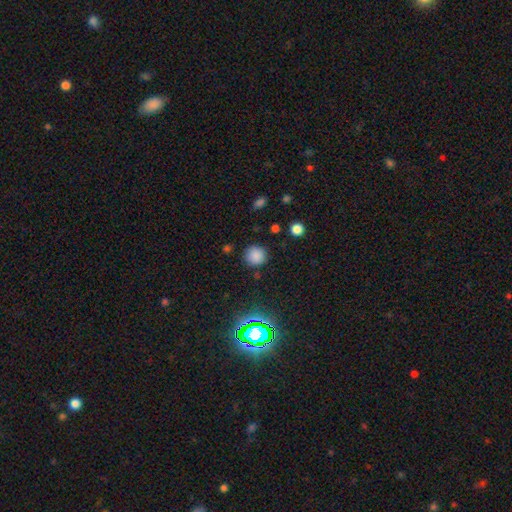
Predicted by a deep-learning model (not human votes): smooth 80%, star or artifact 16%, featured or disk 5%. Down the decision tree: how rounded — round (92%); merging — none (85%).